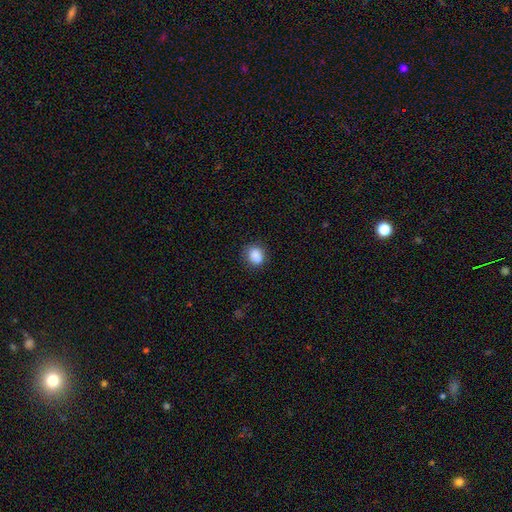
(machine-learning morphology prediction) Overall: smooth (86%). How rounded: round (72%). Merging: none (74%).